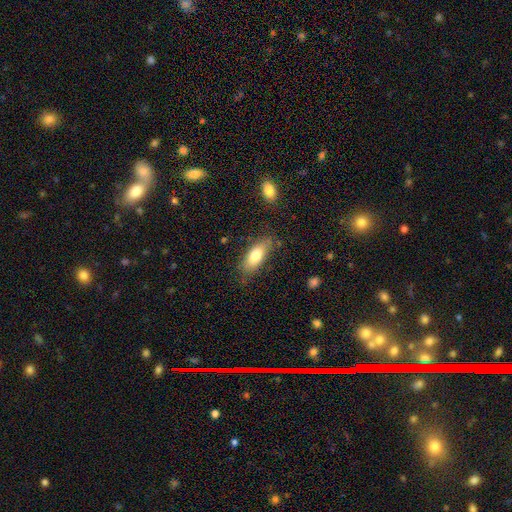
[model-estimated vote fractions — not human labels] smooth-or-featured: smooth: 76% | featured or disk: 17% | star or artifact: 7%
  how-rounded: in between: 79% | cigar-shaped: 18% | round: 3%
  merging: none: 77% | minor disturbance: 16% | major disturbance: 4% | merger: 2%